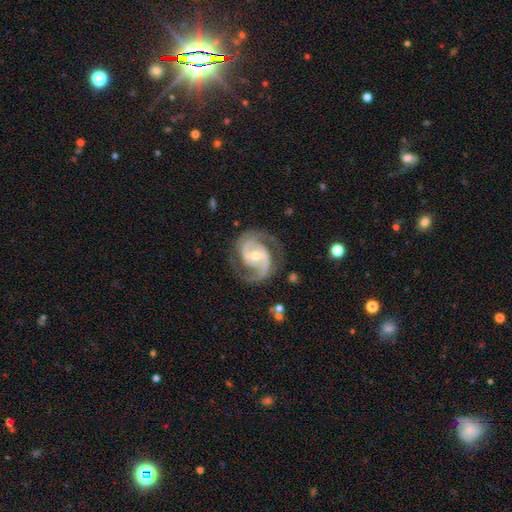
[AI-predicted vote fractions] Q: Smooth or featured?
A: featured or disk (93%); runner-up: star or artifact (4%)
Q: Edge-on disk?
A: no (98%); runner-up: yes (2%)
Q: Bar?
A: no (41%); runner-up: weak (39%)
Q: Spiral arms?
A: yes (98%); runner-up: no (2%)
Q: Spiral winding?
A: medium (54%); runner-up: tight (36%)
Q: Spiral arm count?
A: 2 (91%); runner-up: 3 (3%)
Q: Bulge size?
A: moderate (62%); runner-up: small (34%)
Q: Merging?
A: none (79%); runner-up: minor disturbance (14%)